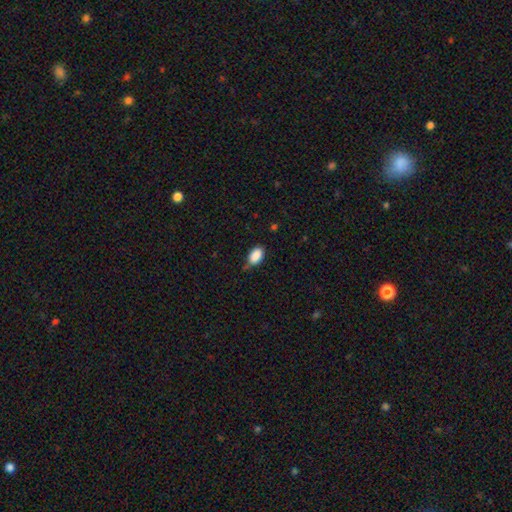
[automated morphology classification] A smooth galaxy with no disk features (88%) that is in between round and cigar-shaped (89%). Merging: none (60%).